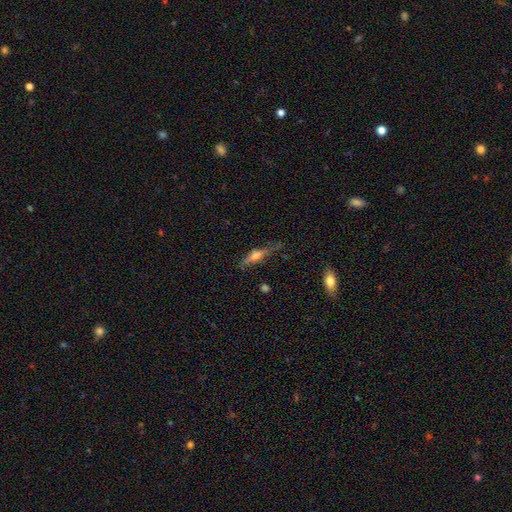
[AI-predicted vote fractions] Morphology: type=featured or disk (53%); edge-on=yes (89%); merging=none (64%).